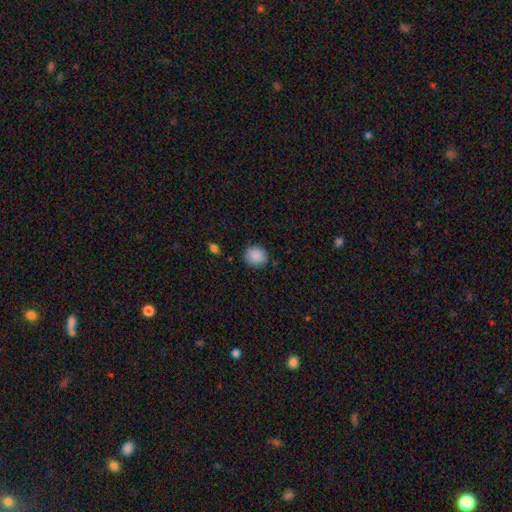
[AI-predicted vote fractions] smooth_or_featured: smooth (p=0.89) [alt: star or artifact p=0.08]
how_rounded: round (p=0.83) [alt: in between p=0.16]
merging: none (p=0.87) [alt: minor disturbance p=0.09]